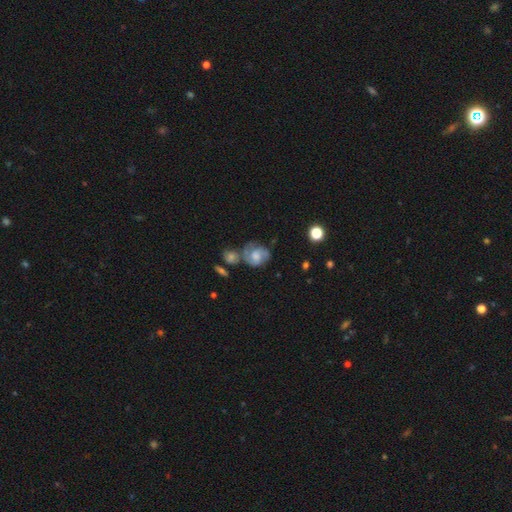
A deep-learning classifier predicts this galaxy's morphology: This is likely a featured or disk galaxy (63%). It is clearly not viewed edge-on (97%). Bar: likely no (64%). Spiral arm pattern: clearly yes (86%). Spiral arm count: likely 2 (63%). Spiral winding: marginally tight (43%, tied with medium). Central bulge: marginally moderate (43%). Merging: possibly none (48%).